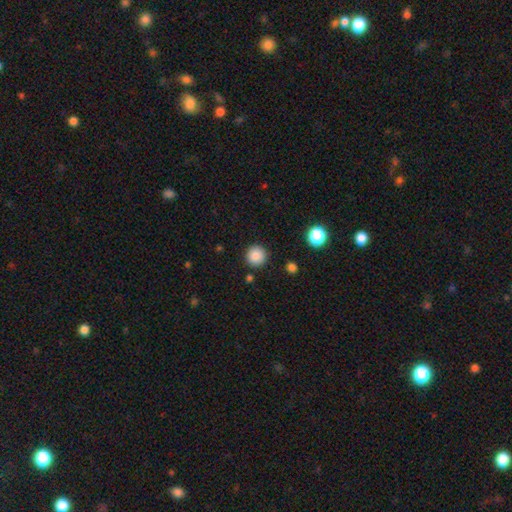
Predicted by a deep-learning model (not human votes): Smooth or featured?
  - smooth: 86% *
  - star or artifact: 10%
  - featured or disk: 4%
How rounded?
  - round: 95% *
  - in between: 4%
  - cigar-shaped: 1%
Merging?
  - none: 90% *
  - minor disturbance: 6%
  - major disturbance: 2%
  - merger: 2%